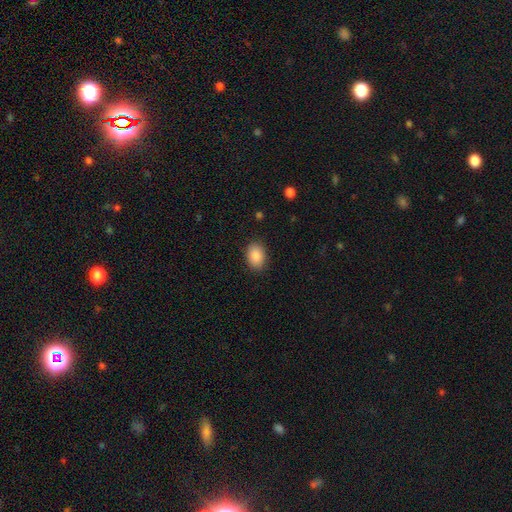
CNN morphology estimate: smooth-or-featured: smooth: 89% | star or artifact: 7% | featured or disk: 4%
  how-rounded: in between: 79% | round: 20% | cigar-shaped: 1%
  merging: none: 87% | minor disturbance: 9% | major disturbance: 2% | merger: 1%